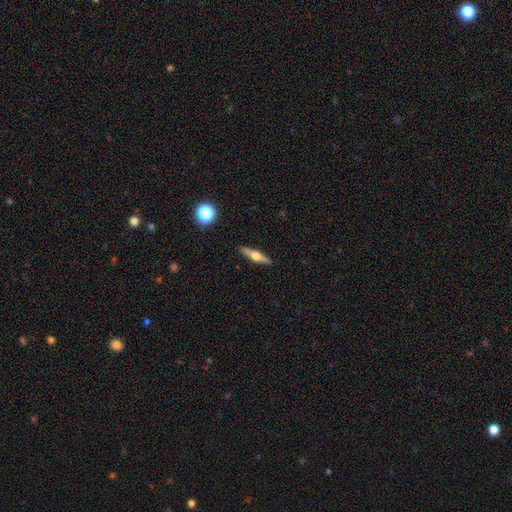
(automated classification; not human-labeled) A featured or disk galaxy (57%) viewed edge-on (94%) with a rounded central bulge (94%). Merging: none (90%).